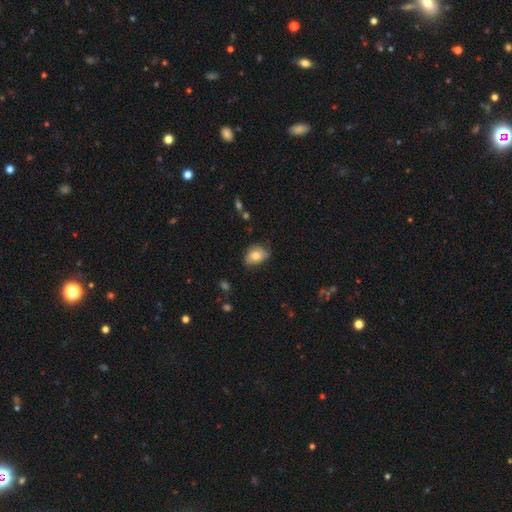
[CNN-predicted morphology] Smooth or featured: smooth — 69% (featured or disk — 23%)
How rounded: in between — 73% (round — 26%)
Merging: none — 54% (minor disturbance — 35%)